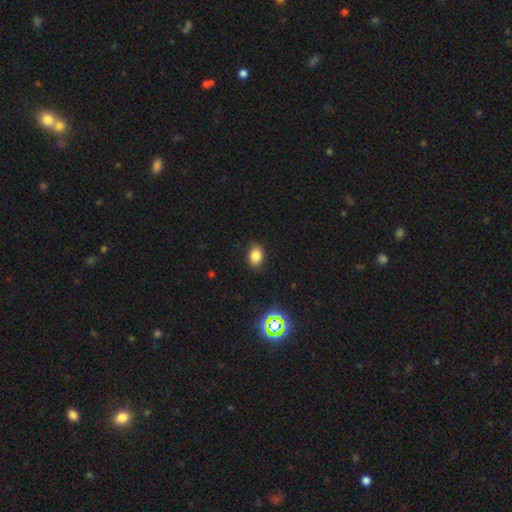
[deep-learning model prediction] Smooth or featured?
  - smooth: 81% *
  - star or artifact: 13%
  - featured or disk: 6%
How rounded?
  - in between: 73% *
  - round: 26%
  - cigar-shaped: 1%
Merging?
  - none: 86% *
  - minor disturbance: 10%
  - major disturbance: 2%
  - merger: 1%